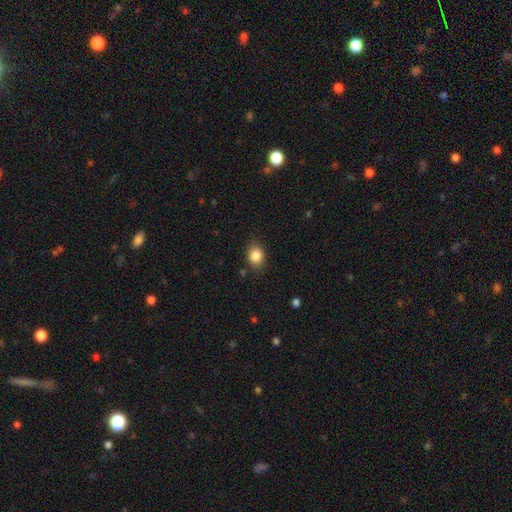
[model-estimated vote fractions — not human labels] The model was most divided on "how rounded": in between: 63%, round: 36%, cigar-shaped: 1%. More confident: smooth or featured — smooth (86%); merging — none (81%).